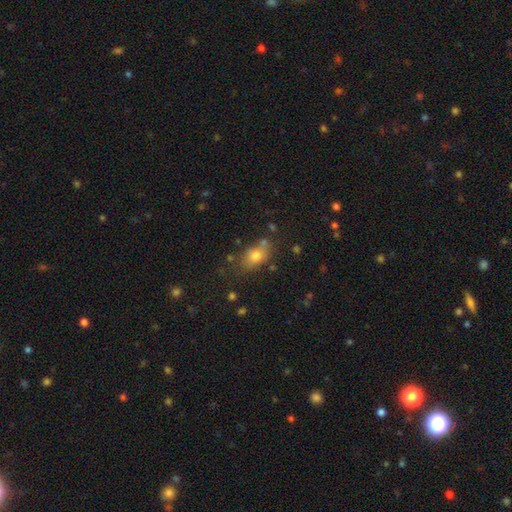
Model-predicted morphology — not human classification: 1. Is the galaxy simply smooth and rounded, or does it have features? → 75% smooth, 13% star or artifact, 12% featured or disk.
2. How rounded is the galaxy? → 71% in between, 26% round, 4% cigar-shaped.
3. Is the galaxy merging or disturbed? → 64% none, 19% minor disturbance, 10% merger, 7% major disturbance.